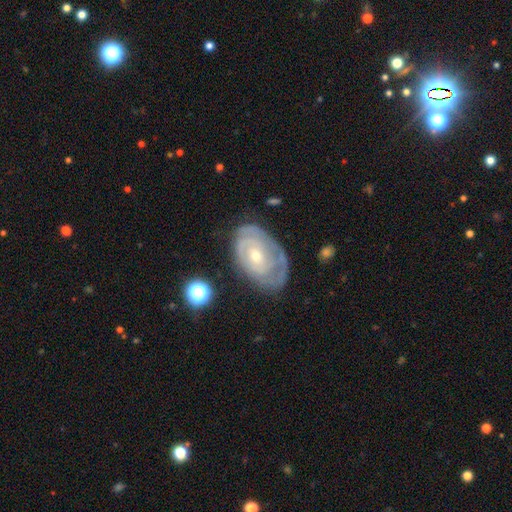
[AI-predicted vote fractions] A featured or disk galaxy (79%) with no bar (70%), tight (72%) spiral arms (86%) and a small central bulge (61%). Merging: none (66%).